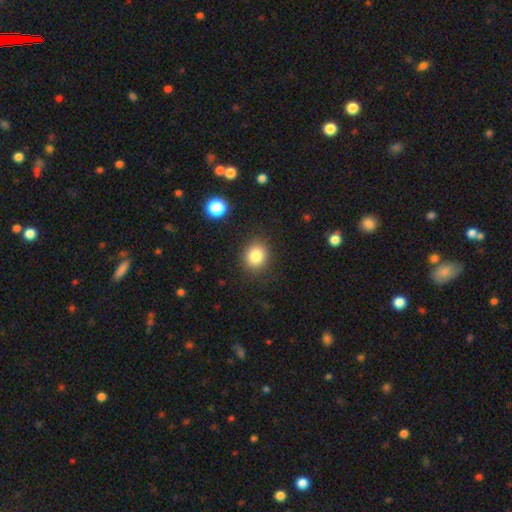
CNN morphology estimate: Smooth or featured?
  - smooth: 83% *
  - star or artifact: 11%
  - featured or disk: 6%
How rounded?
  - round: 74% *
  - in between: 25%
  - cigar-shaped: 1%
Merging?
  - none: 88% *
  - minor disturbance: 8%
  - major disturbance: 3%
  - merger: 1%